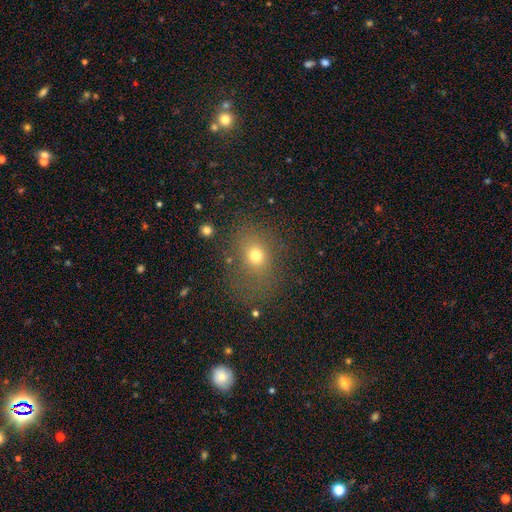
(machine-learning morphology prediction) The model was most divided on "how rounded": in between: 50%, round: 48%, cigar-shaped: 1%. More confident: merging — none (73%); smooth or featured — smooth (70%).